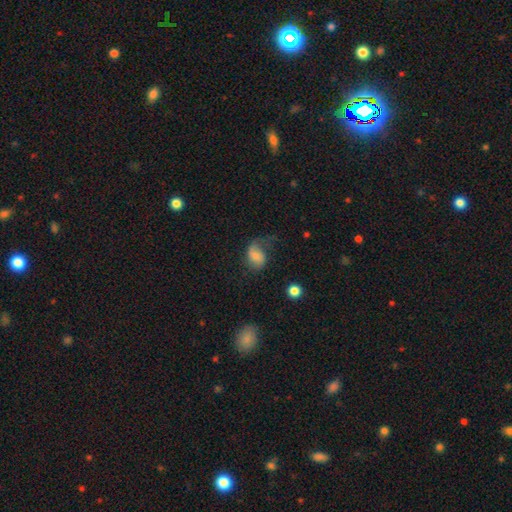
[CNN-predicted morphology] Smooth or featured? Predicted: smooth (p=0.63). How rounded? Predicted: in between (p=0.72). Merging? Predicted: major disturbance (p=0.37).